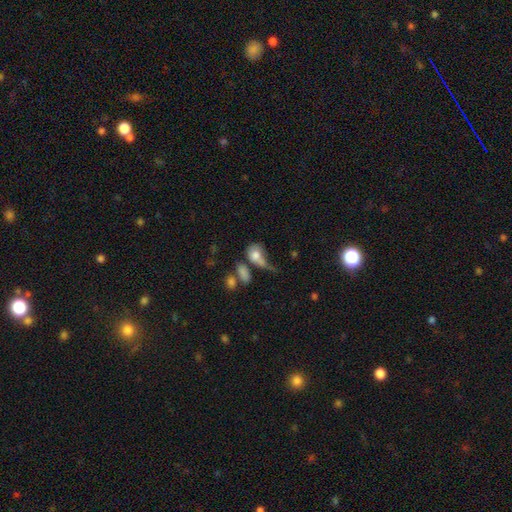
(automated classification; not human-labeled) The model was most divided on "merging": major disturbance: 32%, merger: 28%, none: 22%, minor disturbance: 18%. More confident: smooth or featured — smooth (72%); how rounded — in between (64%).